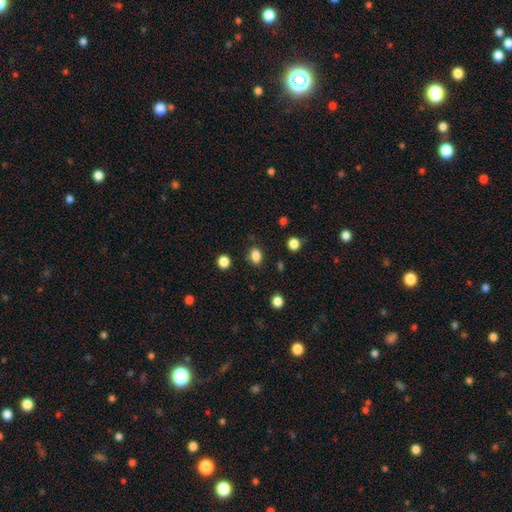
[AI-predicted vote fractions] Smooth or featured: smooth — 84% (star or artifact — 11%)
How rounded: in between — 72% (round — 27%)
Merging: none — 81% (minor disturbance — 13%)